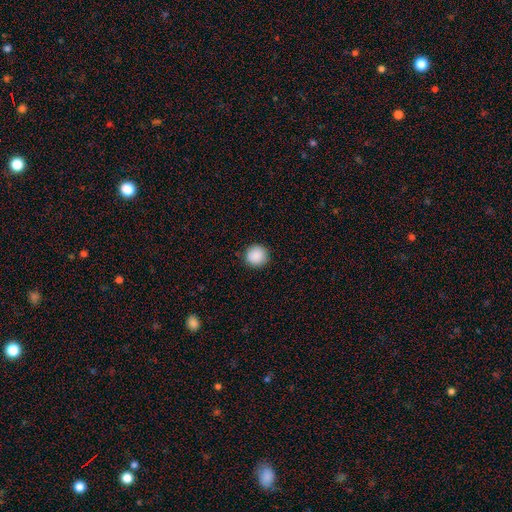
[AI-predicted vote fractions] The model was most divided on "smooth or featured": smooth: 90%, star or artifact: 8%, featured or disk: 3%. More confident: how rounded — round (95%); merging — none (91%).